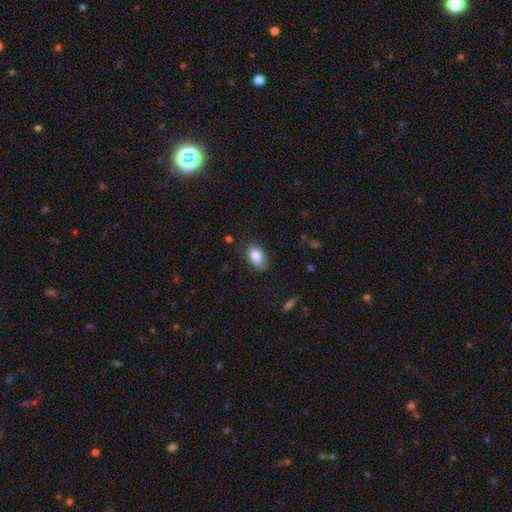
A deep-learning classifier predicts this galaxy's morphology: This appears to be a smooth galaxy with no disk features (86%) that is in between round and cigar-shaped (91%). Merging: none (76%).